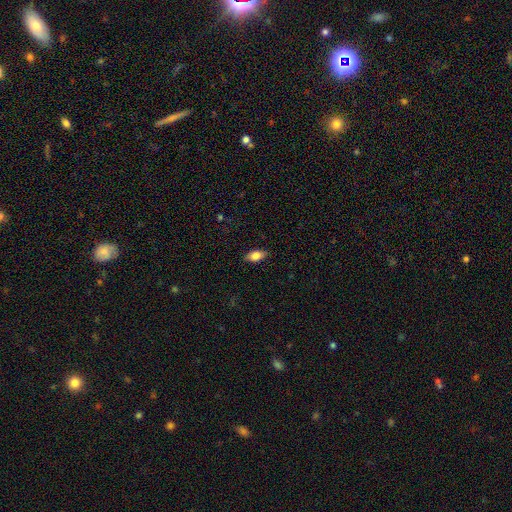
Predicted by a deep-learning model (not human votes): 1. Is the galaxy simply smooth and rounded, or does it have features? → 78% smooth, 15% featured or disk, 7% star or artifact.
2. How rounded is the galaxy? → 88% in between, 7% cigar-shaped, 5% round.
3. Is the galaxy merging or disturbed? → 86% none, 11% minor disturbance, 2% major disturbance, 1% merger.